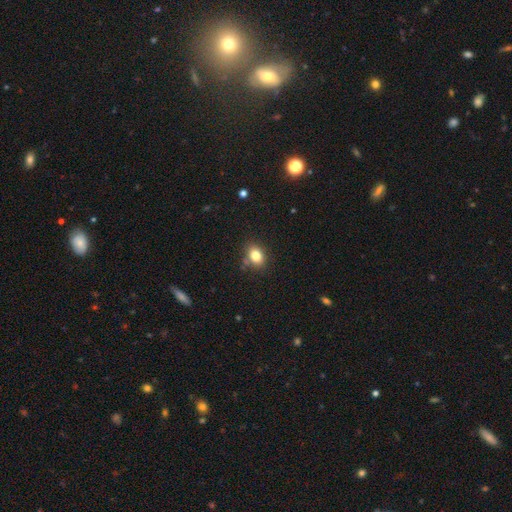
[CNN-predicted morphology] Smooth or featured? Predicted: smooth (p=0.82). How rounded? Predicted: in between (p=0.69). Merging? Predicted: none (p=0.78).